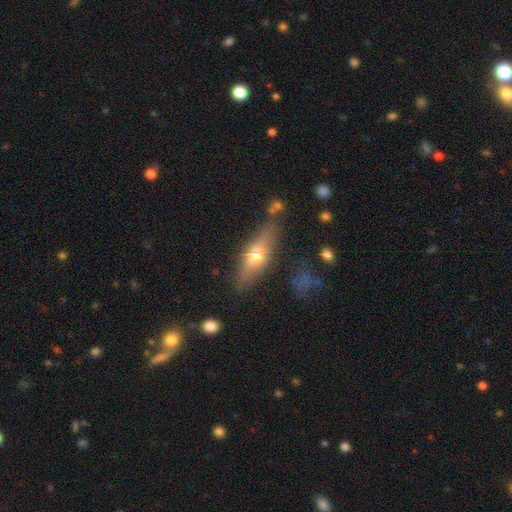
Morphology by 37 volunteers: Q: Smooth or featured?
A: featured or disk (62%); runner-up: smooth (32%)
Q: Edge-on disk?
A: yes (91%); runner-up: no (9%)
Q: Edge-on bulge?
A: rounded (86%); runner-up: boxy (14%)
Q: Merging?
A: none (69%); runner-up: minor disturbance (20%)